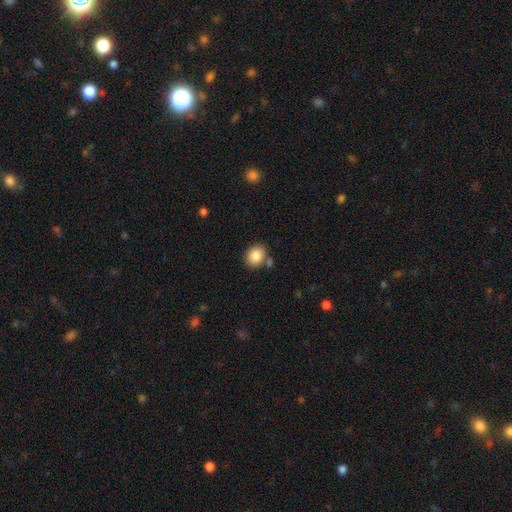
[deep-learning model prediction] smooth_or_featured: smooth (p=0.85) [alt: star or artifact p=0.08]
how_rounded: round (p=0.57) [alt: in between p=0.42]
merging: none (p=0.75) [alt: minor disturbance p=0.11]